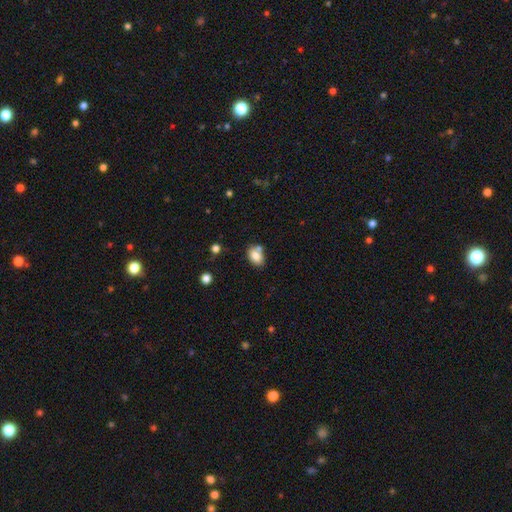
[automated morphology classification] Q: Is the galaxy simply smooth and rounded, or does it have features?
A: smooth — 81%.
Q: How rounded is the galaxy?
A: in between — 78%.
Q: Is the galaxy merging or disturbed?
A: none — 58%.